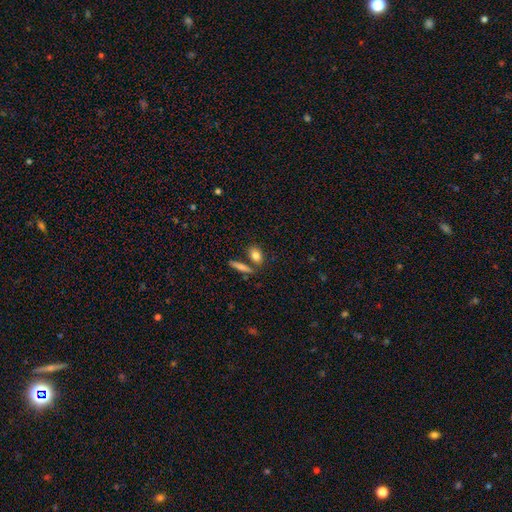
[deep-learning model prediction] A smooth galaxy with no disk features (83%) that is in between round and cigar-shaped (73%). Merging: none (71%).